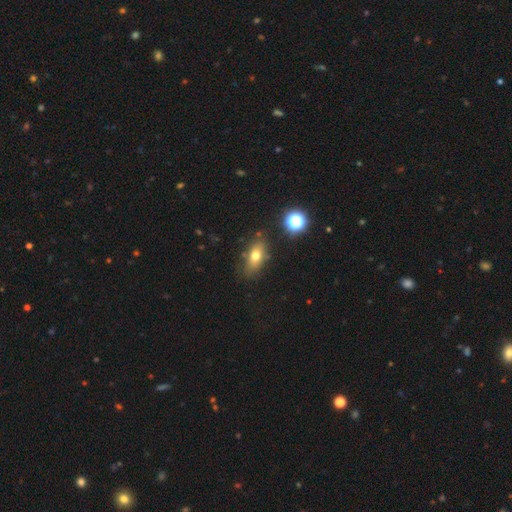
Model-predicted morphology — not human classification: smooth_or_featured: smooth (p=0.69) [alt: featured or disk p=0.18]
how_rounded: in between (p=0.76) [alt: round p=0.13]
merging: none (p=0.76) [alt: minor disturbance p=0.16]